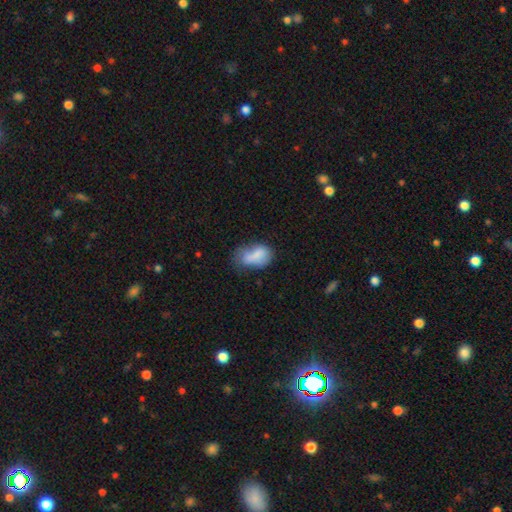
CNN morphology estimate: Q: Smooth or featured?
A: smooth (72%); runner-up: featured or disk (19%)
Q: How rounded?
A: in between (87%); runner-up: round (11%)
Q: Merging?
A: minor disturbance (34%); runner-up: none (31%)